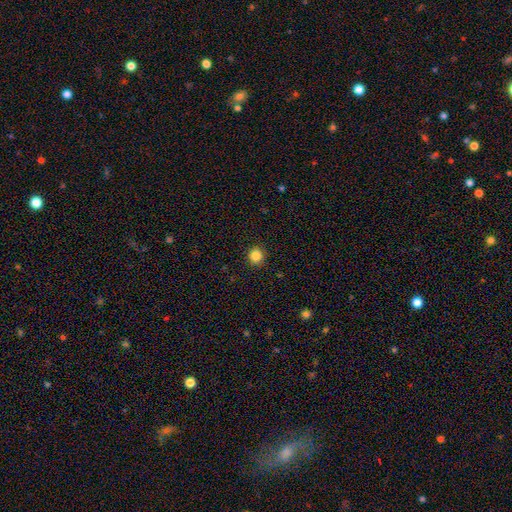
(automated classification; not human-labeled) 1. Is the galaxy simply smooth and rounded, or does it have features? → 85% smooth, 11% star or artifact, 4% featured or disk.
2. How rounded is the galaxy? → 91% round, 8% in between, 1% cigar-shaped.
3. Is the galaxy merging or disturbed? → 92% none, 6% minor disturbance, 2% major disturbance, 1% merger.